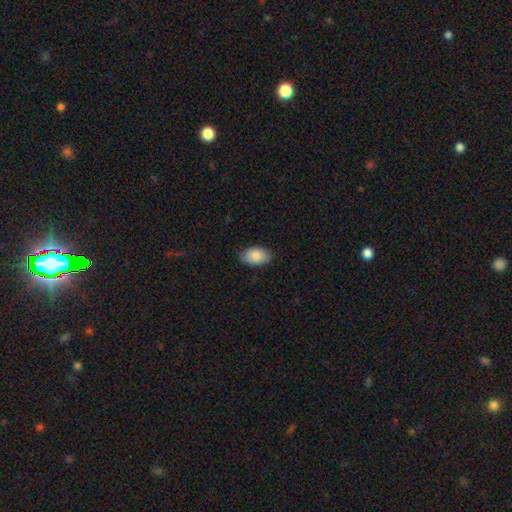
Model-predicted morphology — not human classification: Overall: smooth (87%). How rounded: in between (92%). Merging: none (82%).